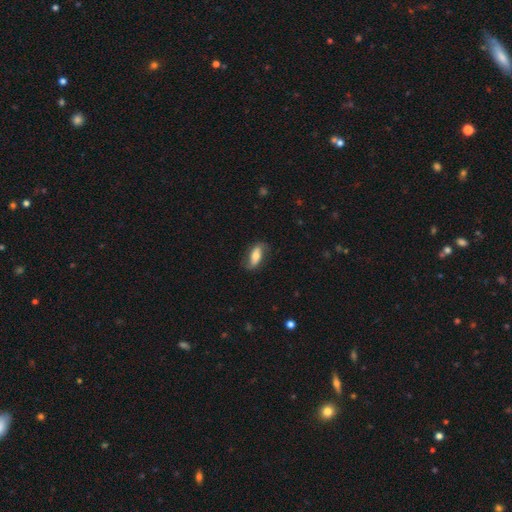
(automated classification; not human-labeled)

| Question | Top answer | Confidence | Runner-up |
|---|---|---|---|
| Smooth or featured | smooth | 47% | featured or disk (46%) |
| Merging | none | 73% | minor disturbance (19%) |